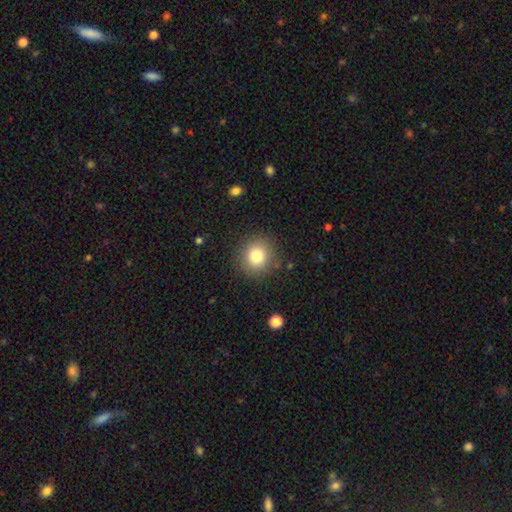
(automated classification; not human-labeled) Smooth or featured? smooth (80%)
How rounded? round (88%)
Merging? none (87%)